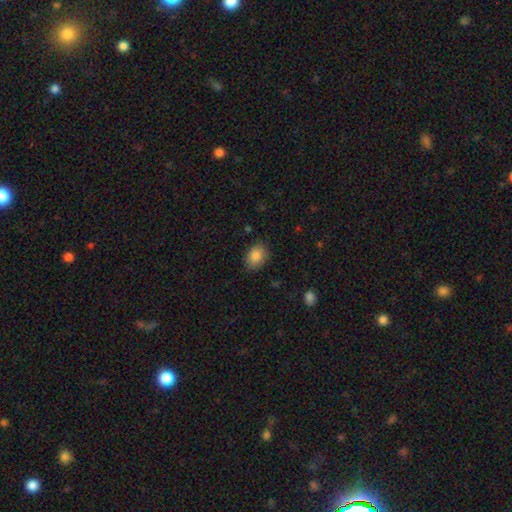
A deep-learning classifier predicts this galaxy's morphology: smooth_or_featured: smooth (p=0.87) [alt: star or artifact p=0.08]
how_rounded: in between (p=0.78) [alt: round p=0.21]
merging: none (p=0.84) [alt: minor disturbance p=0.13]